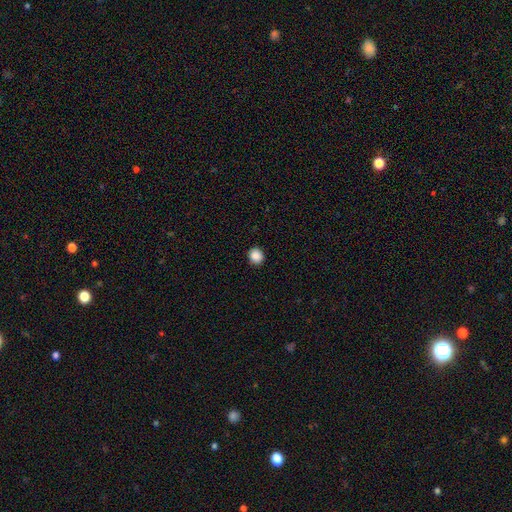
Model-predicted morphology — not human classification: Overall: smooth (88%). How rounded: round (87%). Merging: none (91%).